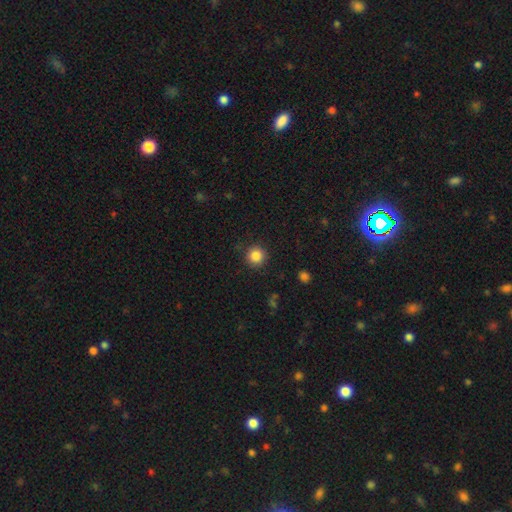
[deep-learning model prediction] Q: Smooth or featured?
A: smooth (86%); runner-up: star or artifact (10%)
Q: How rounded?
A: round (94%); runner-up: in between (5%)
Q: Merging?
A: none (90%); runner-up: minor disturbance (7%)